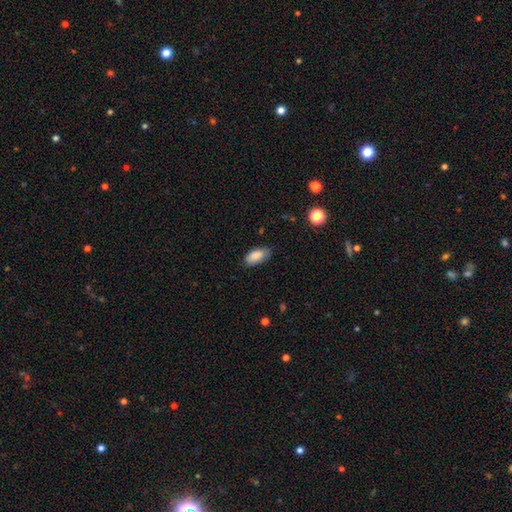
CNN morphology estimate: The model was most divided on "merging": none: 76%, minor disturbance: 19%, major disturbance: 4%, merger: 1%. More confident: how rounded — in between (91%); smooth or featured — smooth (87%).